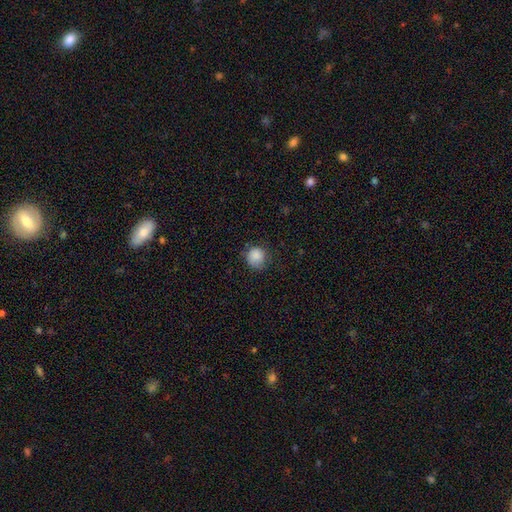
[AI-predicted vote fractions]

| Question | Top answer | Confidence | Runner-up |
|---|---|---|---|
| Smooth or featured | smooth | 86% | star or artifact (8%) |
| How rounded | round | 89% | in between (11%) |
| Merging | none | 70% | minor disturbance (22%) |